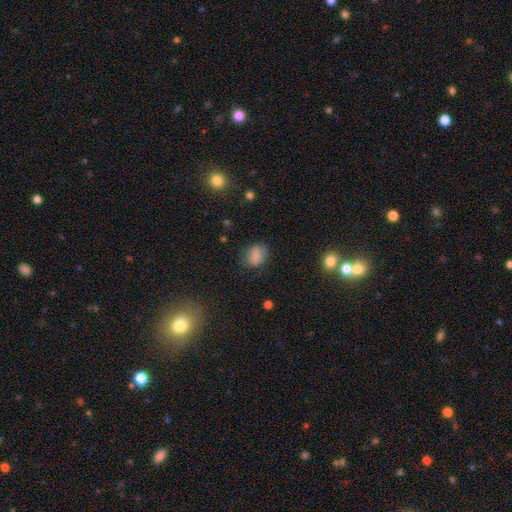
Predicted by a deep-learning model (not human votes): Q: Smooth or featured?
A: smooth (80%); runner-up: star or artifact (11%)
Q: How rounded?
A: in between (64%); runner-up: round (35%)
Q: Merging?
A: none (71%); runner-up: minor disturbance (20%)